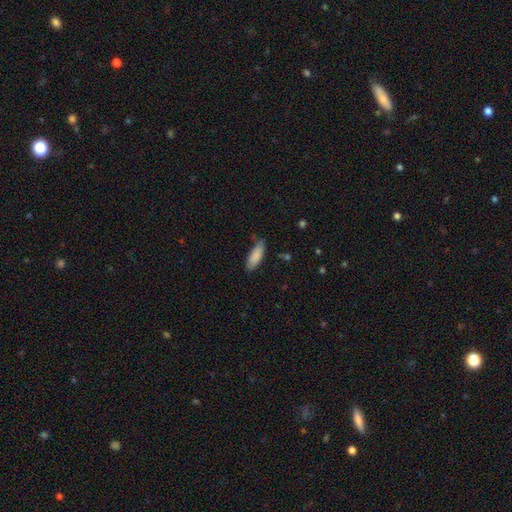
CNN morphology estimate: The model was most divided on "how rounded": in between: 66%, cigar-shaped: 32%, round: 2%. More confident: smooth or featured — smooth (86%); merging — none (77%).